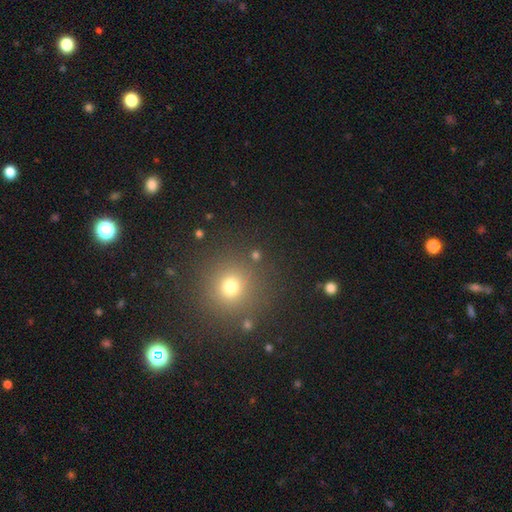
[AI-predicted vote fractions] This is likely a smooth galaxy (65%). How rounded: clearly round (92%). Merging: clearly none (87%).